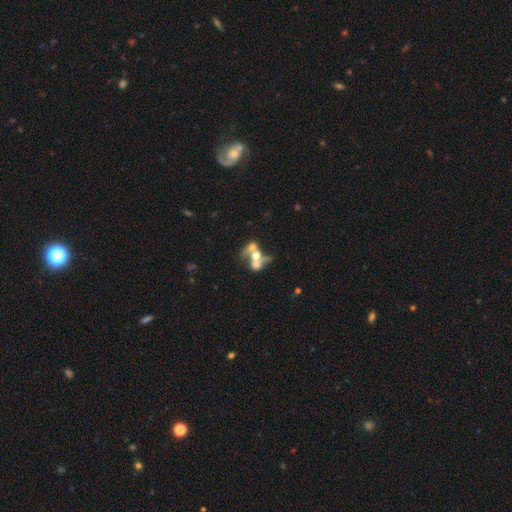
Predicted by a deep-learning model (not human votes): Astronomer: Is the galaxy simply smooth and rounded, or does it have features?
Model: featured or disk — 48% (runner-up: smooth, 39%).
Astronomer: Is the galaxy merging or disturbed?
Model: merger — 66%.